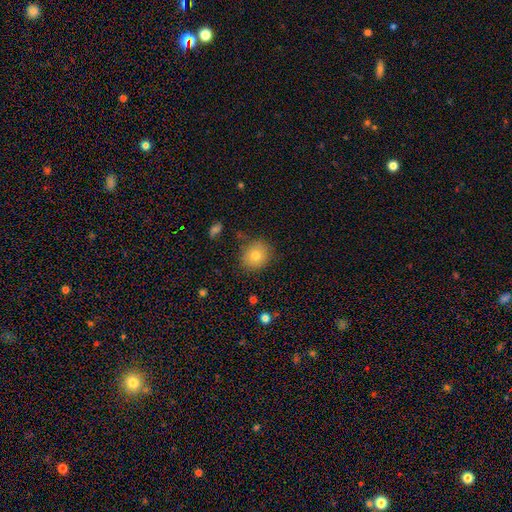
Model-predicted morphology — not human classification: smooth-or-featured: smooth: 75% | featured or disk: 13% | star or artifact: 12%
  how-rounded: round: 78% | in between: 21% | cigar-shaped: 1%
  merging: none: 83% | minor disturbance: 12% | major disturbance: 3% | merger: 2%